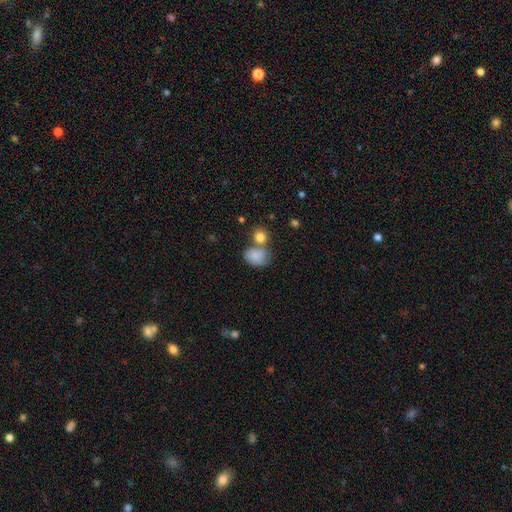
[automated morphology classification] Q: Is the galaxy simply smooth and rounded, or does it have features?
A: smooth — 84%.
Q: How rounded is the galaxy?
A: in between — 64%.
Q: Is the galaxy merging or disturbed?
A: none — 43%.